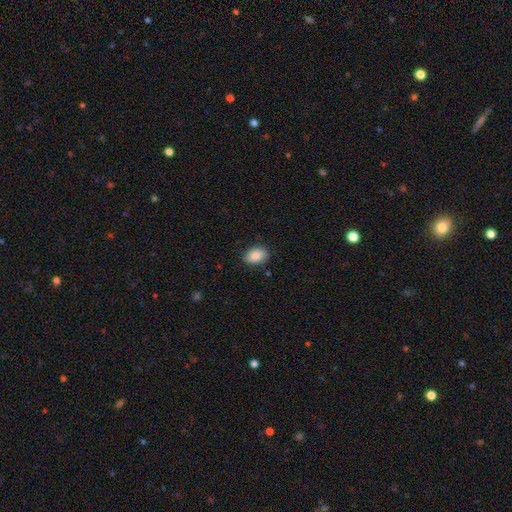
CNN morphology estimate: A smooth galaxy with no disk features (87%) that is in between round and cigar-shaped (81%).

Vote fractions:
- Smooth or featured? smooth: 87% / star or artifact: 7% / featured or disk: 5%
- How rounded? in between: 81% / round: 18% / cigar-shaped: 1%
- Merging? none: 83% / minor disturbance: 13% / major disturbance: 3% / merger: 1%